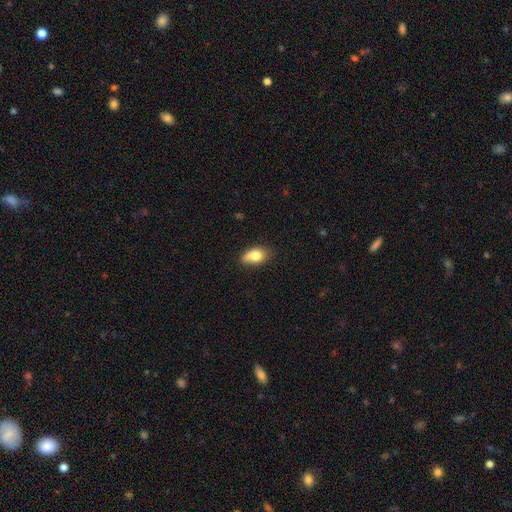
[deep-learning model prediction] A smooth galaxy with no disk features (77%) that is in between round and cigar-shaped (88%). Merging: none (61%).